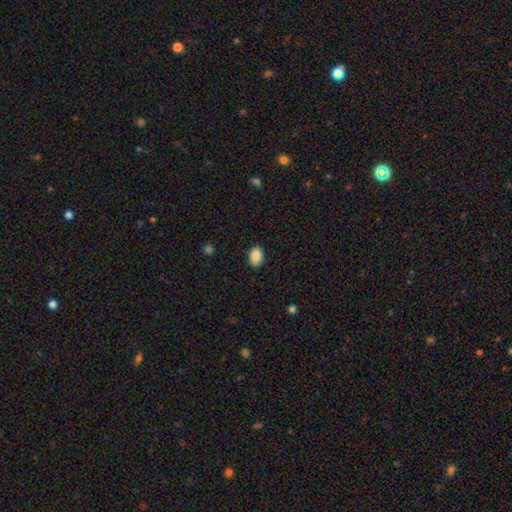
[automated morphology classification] This is clearly a smooth galaxy (89%). How rounded: likely in between (75%). Merging: clearly none (85%).